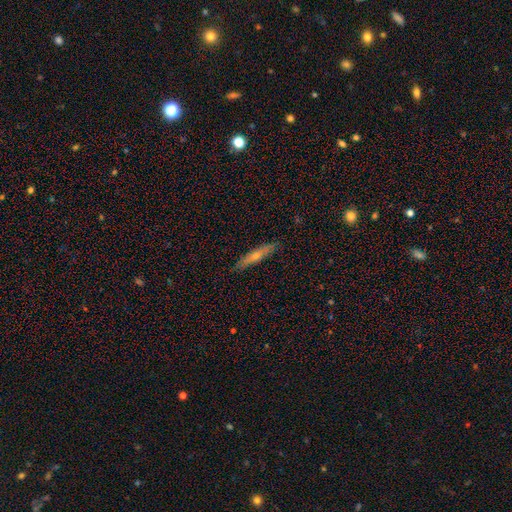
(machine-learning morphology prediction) This is possibly a featured or disk galaxy (55%). It is clearly viewed edge-on (91%). Edge-on bulge: likely rounded (79%). Merging: clearly none (88%).